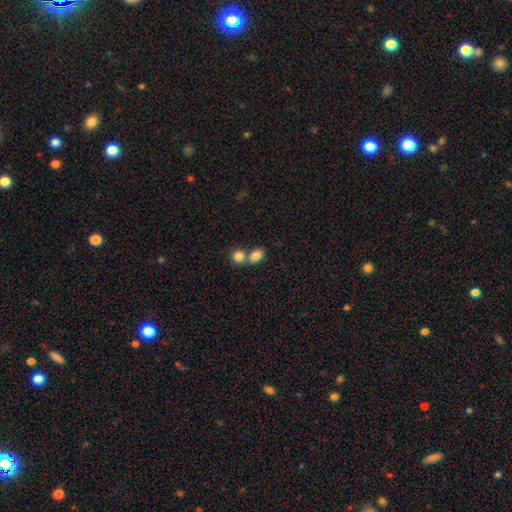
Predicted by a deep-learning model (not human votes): Morphology: type=smooth (83%); roundness=in between (67%); merging=merger (47%).